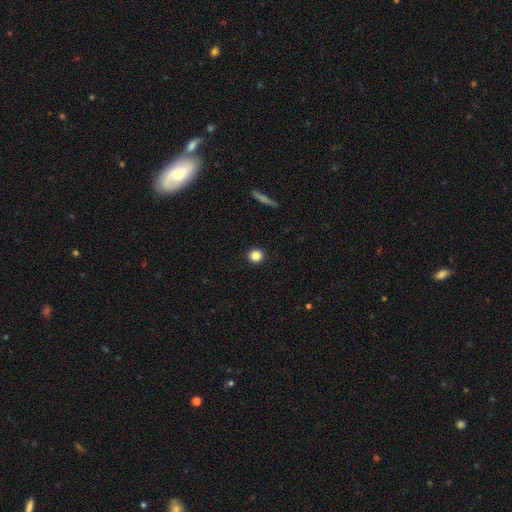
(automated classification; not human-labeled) Overall: smooth (84%). How rounded: round (93%). Merging: none (93%).